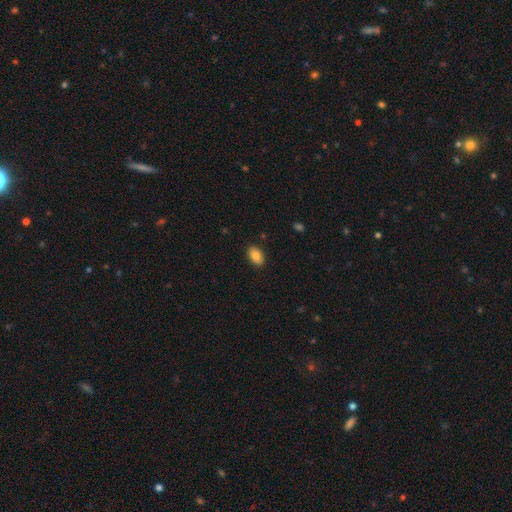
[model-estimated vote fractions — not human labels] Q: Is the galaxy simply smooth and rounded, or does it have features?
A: smooth — 83%.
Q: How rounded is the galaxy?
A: in between — 90%.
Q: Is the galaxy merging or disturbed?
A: none — 88%.